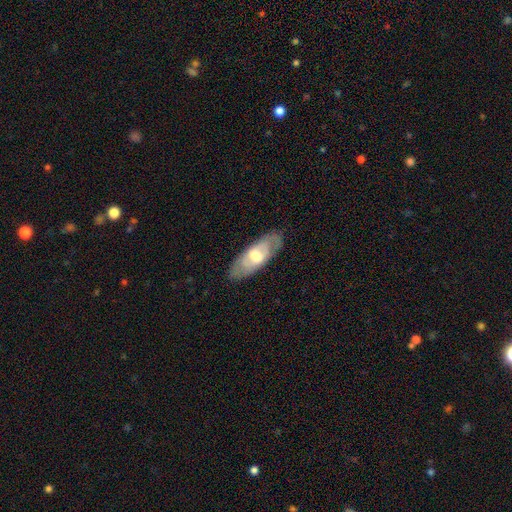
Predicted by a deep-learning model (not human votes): Overall: featured or disk (53%; smooth 41%). Edge-on disk: no (76%). Merging: none (82%).